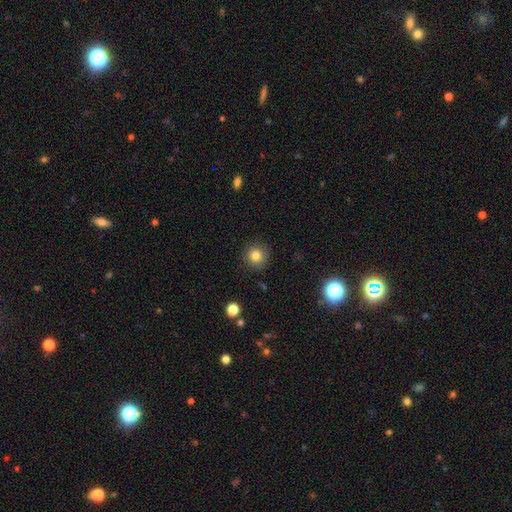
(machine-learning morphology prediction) Smooth or featured?
  - smooth: 81% *
  - star or artifact: 12%
  - featured or disk: 7%
How rounded?
  - round: 93% *
  - in between: 6%
  - cigar-shaped: 1%
Merging?
  - none: 90% *
  - minor disturbance: 7%
  - major disturbance: 2%
  - merger: 1%